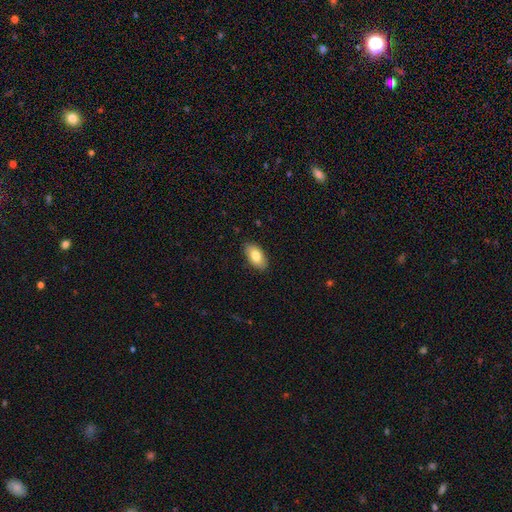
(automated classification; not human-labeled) smooth_or_featured: smooth (p=0.81) [alt: featured or disk p=0.13]
how_rounded: in between (p=0.93) [alt: cigar-shaped p=0.03]
merging: none (p=0.88) [alt: minor disturbance p=0.10]